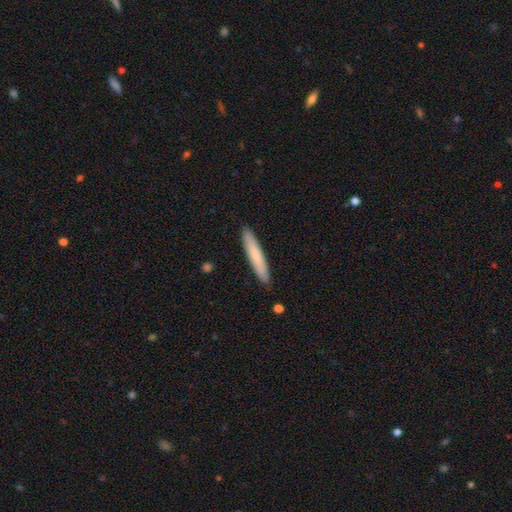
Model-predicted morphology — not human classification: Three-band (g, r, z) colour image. It shows a smooth galaxy with no disk features (75%) that is cigar-shaped (93%). Merging: none (90%).